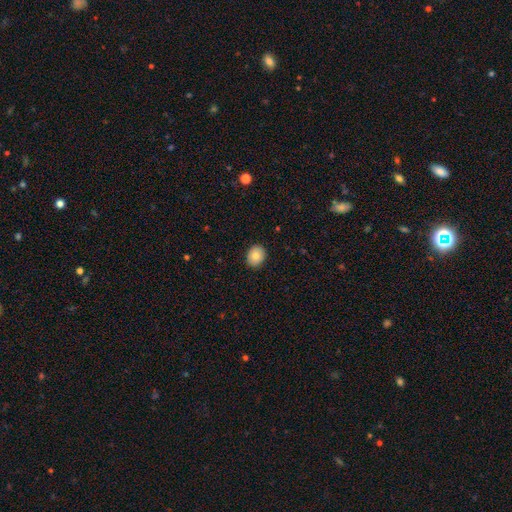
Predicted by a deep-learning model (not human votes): The model was most divided on "how rounded": in between: 50%, round: 49%, cigar-shaped: 1%. More confident: merging — none (90%); smooth or featured — smooth (84%).